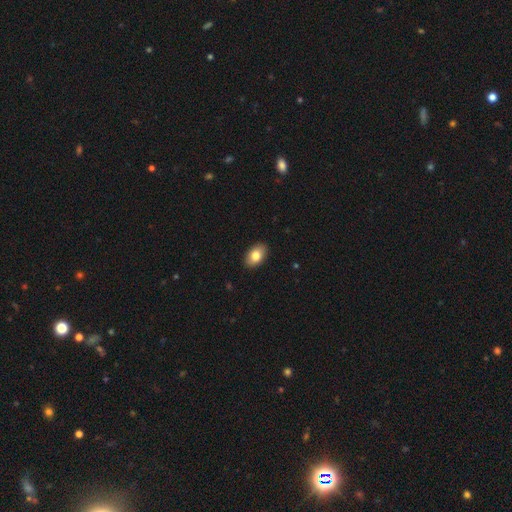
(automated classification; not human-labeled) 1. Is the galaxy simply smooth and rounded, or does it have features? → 81% smooth, 12% featured or disk, 7% star or artifact.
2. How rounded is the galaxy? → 90% in between, 9% round, 1% cigar-shaped.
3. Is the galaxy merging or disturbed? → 90% none, 8% minor disturbance, 2% major disturbance, 1% merger.